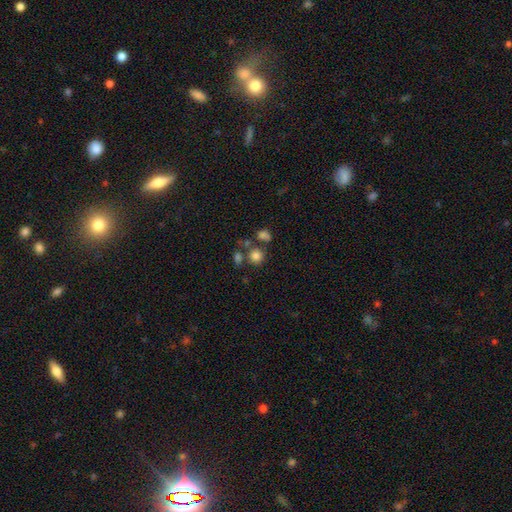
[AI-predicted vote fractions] The model was most divided on "merging": none: 64%, merger: 21%, minor disturbance: 10%, major disturbance: 5%. More confident: how rounded — round (88%); smooth or featured — smooth (78%).